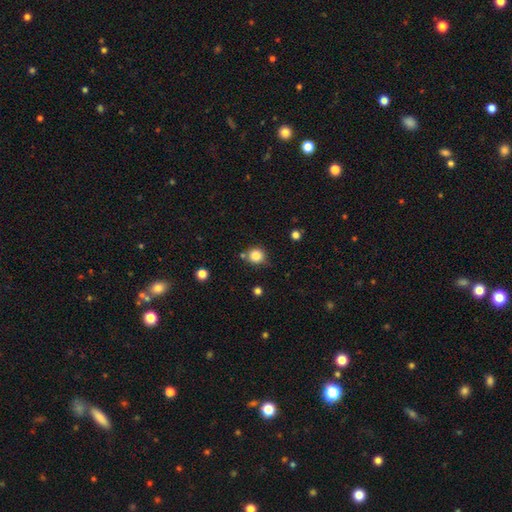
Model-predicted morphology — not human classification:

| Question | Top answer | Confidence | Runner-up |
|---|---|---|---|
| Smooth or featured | smooth | 83% | star or artifact (12%) |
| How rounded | round | 90% | in between (9%) |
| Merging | none | 78% | minor disturbance (12%) |